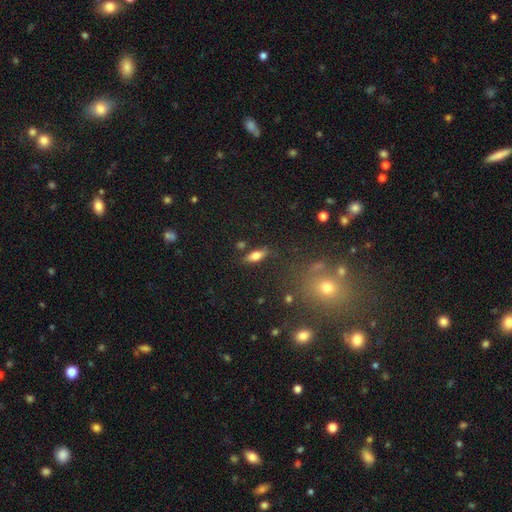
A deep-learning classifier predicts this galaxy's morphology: A smooth galaxy with no disk features (65%) that is in between round and cigar-shaped (69%). Merging: none (80%).